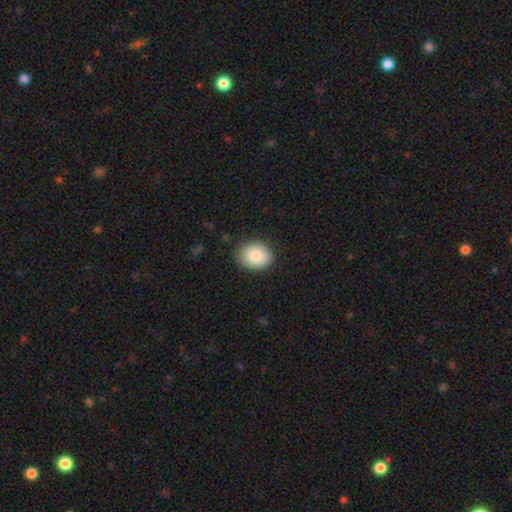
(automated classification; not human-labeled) smooth-or-featured: smooth: 84% | featured or disk: 8% | star or artifact: 8%
  how-rounded: round: 52% | in between: 47% | cigar-shaped: 1%
  merging: none: 85% | minor disturbance: 11% | major disturbance: 3% | merger: 1%